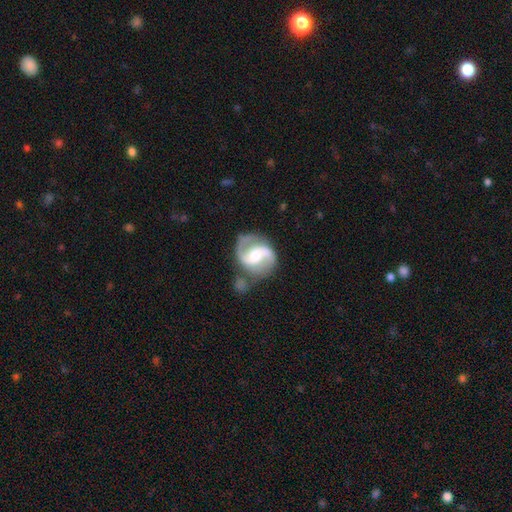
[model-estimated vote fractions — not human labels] Smooth or featured? Predicted: featured or disk (p=0.88). Edge-on disk? Predicted: no (p=0.98). Bar? Predicted: weak (p=0.43). Spiral arms? Predicted: yes (p=0.97). Spiral winding? Predicted: medium (p=0.57). Spiral arm count? Predicted: 2 (p=0.92). Bulge size? Predicted: moderate (p=0.64). Merging? Predicted: none (p=0.69).